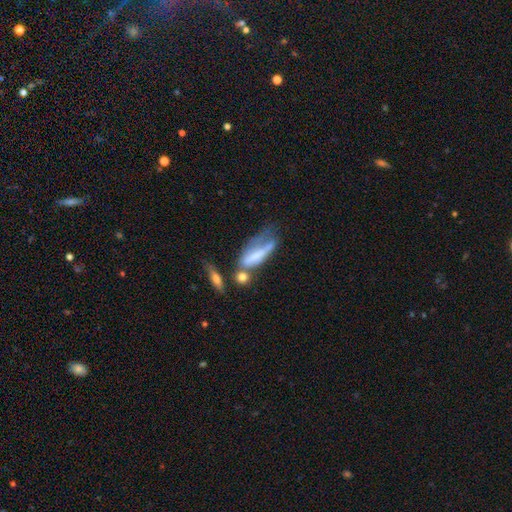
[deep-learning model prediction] Smooth or featured: smooth — 50% (featured or disk — 41%)
How rounded: in between — 50% (cigar-shaped — 48%)
Merging: major disturbance — 30% (merger — 29%)